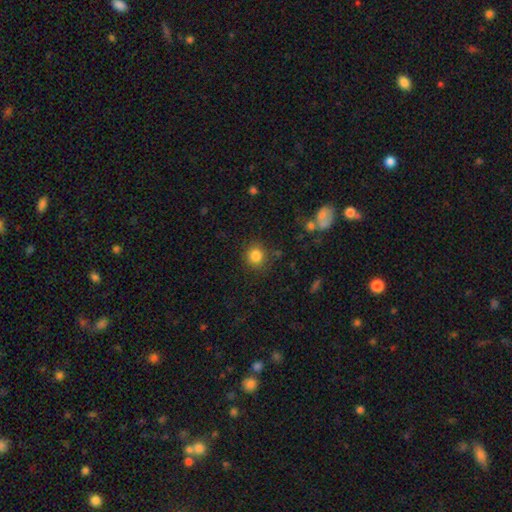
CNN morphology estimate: type=smooth (83%); roundness=round (87%); merging=none (84%).